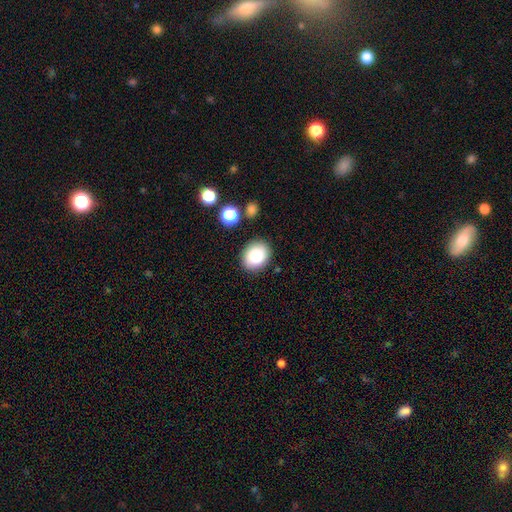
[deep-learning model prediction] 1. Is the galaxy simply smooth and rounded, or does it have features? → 84% smooth, 9% star or artifact, 7% featured or disk.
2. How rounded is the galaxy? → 51% round, 48% in between, 1% cigar-shaped.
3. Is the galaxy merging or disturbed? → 85% none, 10% minor disturbance, 3% merger, 2% major disturbance.